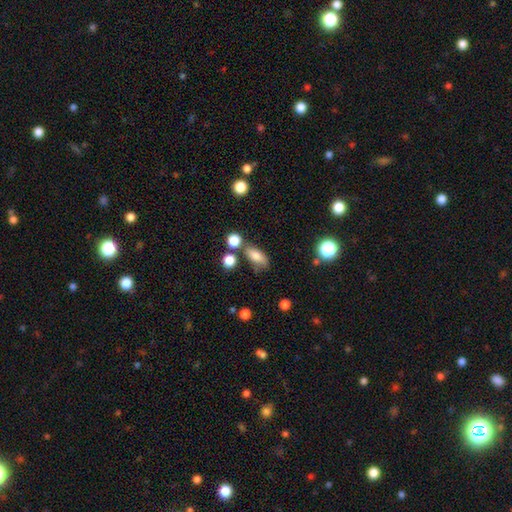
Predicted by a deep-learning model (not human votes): A smooth galaxy with no disk features (79%) that is in between round and cigar-shaped (79%).

Vote fractions:
- Smooth or featured? smooth: 79% / featured or disk: 12% / star or artifact: 10%
- How rounded? in between: 79% / cigar-shaped: 13% / round: 8%
- Merging? none: 65% / minor disturbance: 17% / merger: 12% / major disturbance: 6%